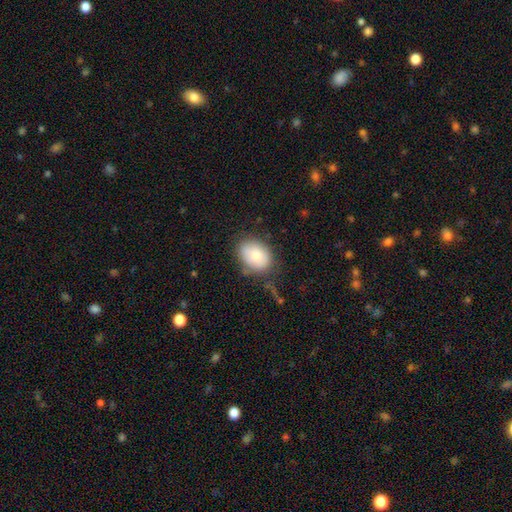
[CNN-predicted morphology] smooth 78%, featured or disk 14%, star or artifact 8%. Down the decision tree: how rounded — in between (68%); merging — none (71%).